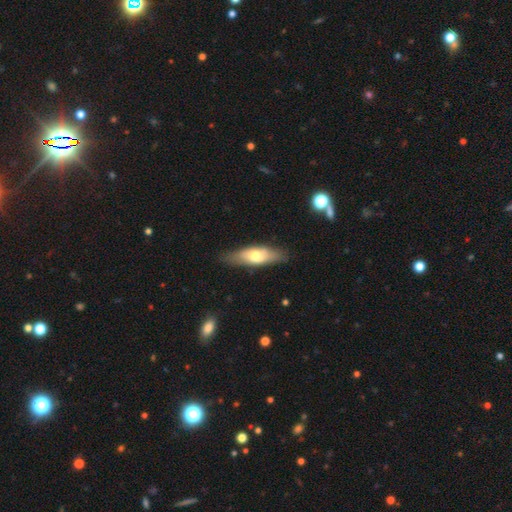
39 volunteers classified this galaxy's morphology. type=smooth (64%); roundness=in between (64%); merging=none (63%).